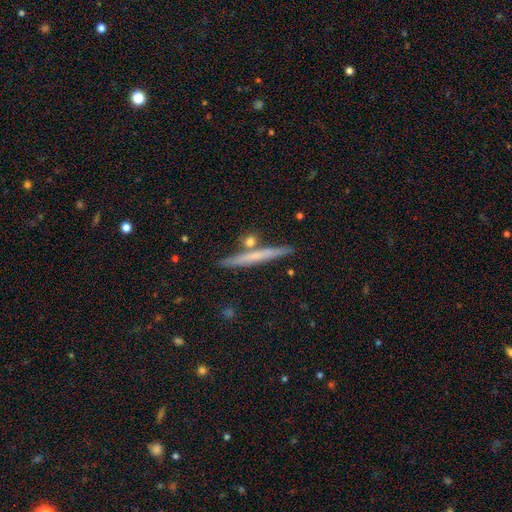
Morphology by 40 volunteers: Smooth or featured? smooth (55%)
How rounded? cigar-shaped (100%)
Merging? none (85%)